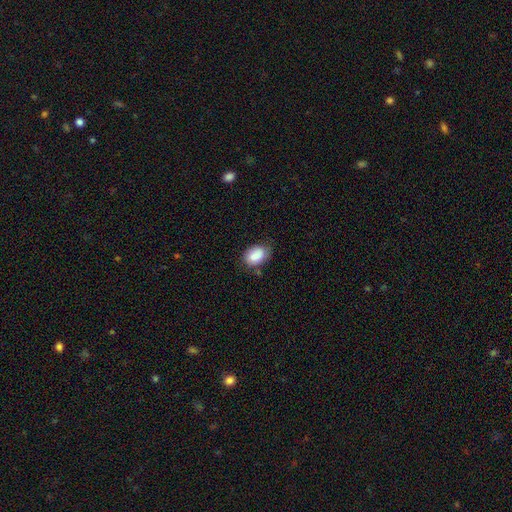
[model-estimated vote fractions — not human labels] smooth-or-featured: smooth: 86% | star or artifact: 7% | featured or disk: 7%
  how-rounded: in between: 83% | round: 15% | cigar-shaped: 1%
  merging: none: 67% | minor disturbance: 25% | major disturbance: 5% | merger: 3%